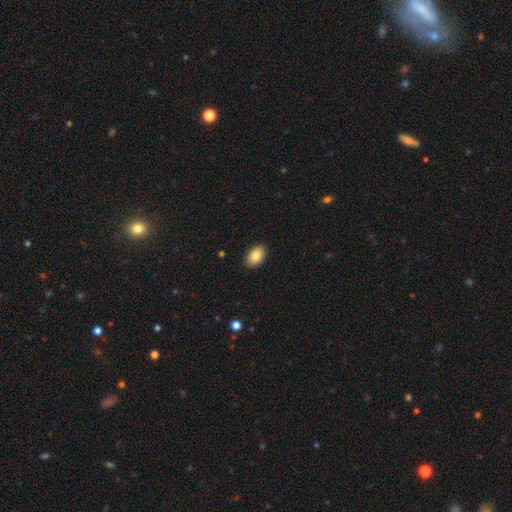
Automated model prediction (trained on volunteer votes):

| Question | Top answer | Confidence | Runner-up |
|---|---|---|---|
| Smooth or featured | smooth | 86% | star or artifact (7%) |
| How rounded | in between | 89% | round (10%) |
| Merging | none | 89% | minor disturbance (8%) |